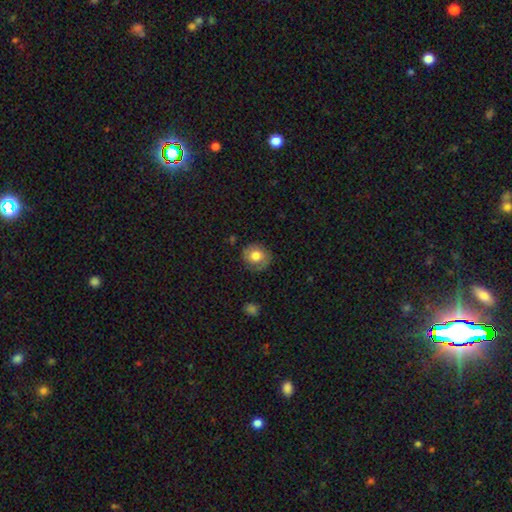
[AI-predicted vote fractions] This is likely a smooth galaxy (73%). How rounded: clearly round (82%). Merging: likely none (79%).